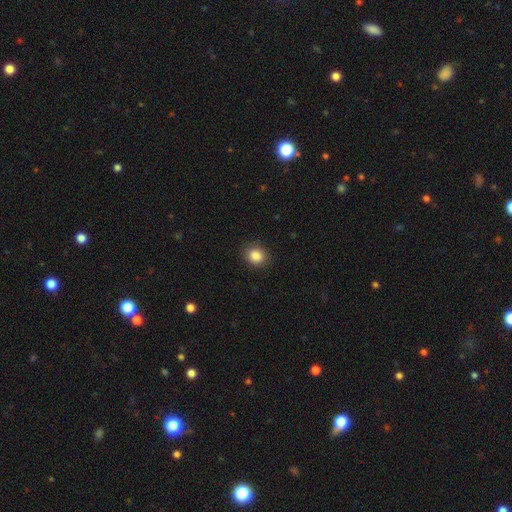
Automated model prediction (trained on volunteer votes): Smooth or featured: smooth — 87% (star or artifact — 9%)
How rounded: round — 66% (in between — 33%)
Merging: none — 88% (minor disturbance — 9%)